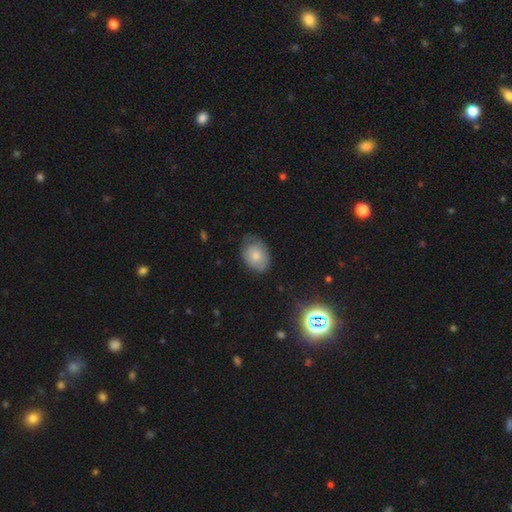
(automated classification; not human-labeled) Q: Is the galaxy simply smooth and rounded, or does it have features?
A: smooth — 71%.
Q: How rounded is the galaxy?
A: in between — 68%.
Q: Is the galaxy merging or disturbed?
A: none — 59%.